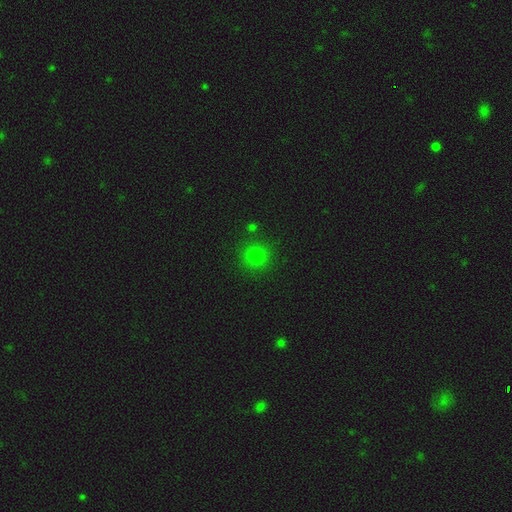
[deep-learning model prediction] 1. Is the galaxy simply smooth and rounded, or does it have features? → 78% smooth, 17% star or artifact, 5% featured or disk.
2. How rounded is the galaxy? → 91% round, 8% in between, 1% cigar-shaped.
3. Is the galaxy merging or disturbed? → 87% none, 7% minor disturbance, 3% merger, 3% major disturbance.